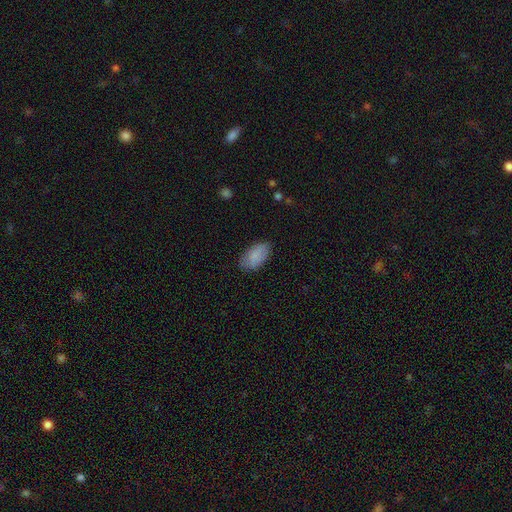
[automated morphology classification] Smooth or featured? Predicted: smooth (p=0.85). How rounded? Predicted: in between (p=0.94). Merging? Predicted: none (p=0.79).